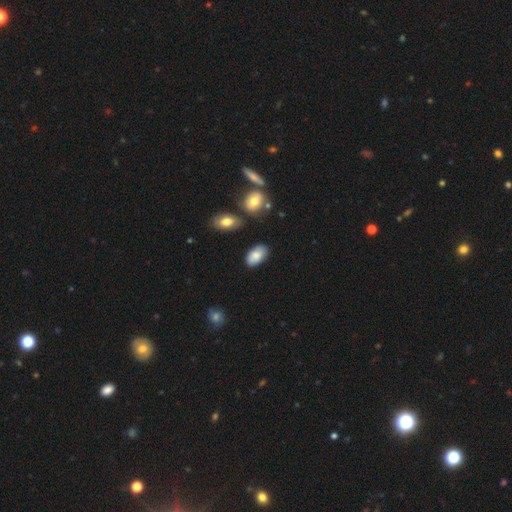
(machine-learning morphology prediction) type=smooth (83%); roundness=in between (95%); merging=none (81%).